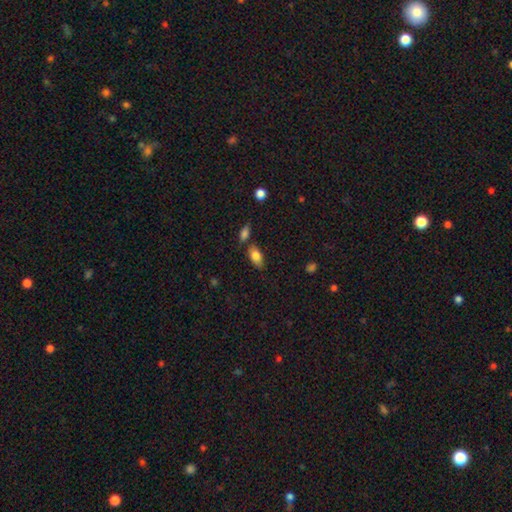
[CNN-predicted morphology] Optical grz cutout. It shows a smooth galaxy with no disk features (81%) that is in between round and cigar-shaped (90%). Merging: none (68%).